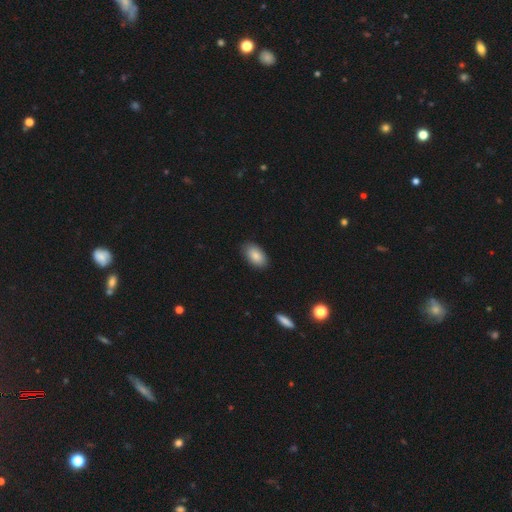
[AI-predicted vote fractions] Q: Smooth or featured?
A: smooth (86%); runner-up: featured or disk (7%)
Q: How rounded?
A: in between (94%); runner-up: round (4%)
Q: Merging?
A: none (86%); runner-up: minor disturbance (11%)